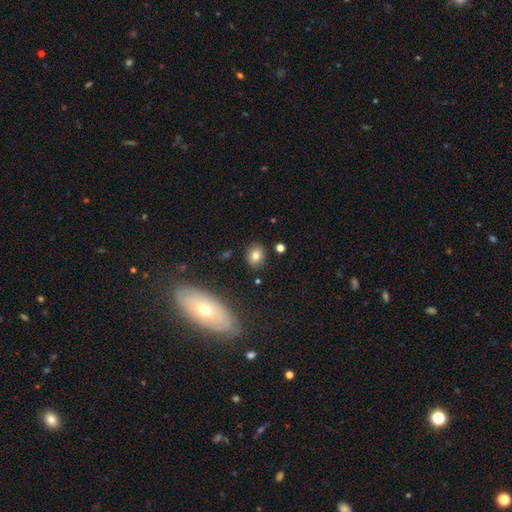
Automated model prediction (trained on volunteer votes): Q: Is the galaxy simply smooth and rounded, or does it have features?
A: smooth — 77%.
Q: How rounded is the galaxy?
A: round — 56%.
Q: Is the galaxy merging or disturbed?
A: none — 86%.